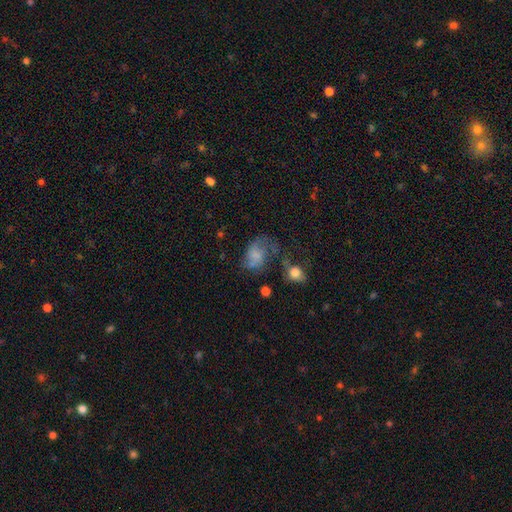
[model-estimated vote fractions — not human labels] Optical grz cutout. It shows a smooth galaxy with no disk features (50%). Merging: major disturbance (35%).